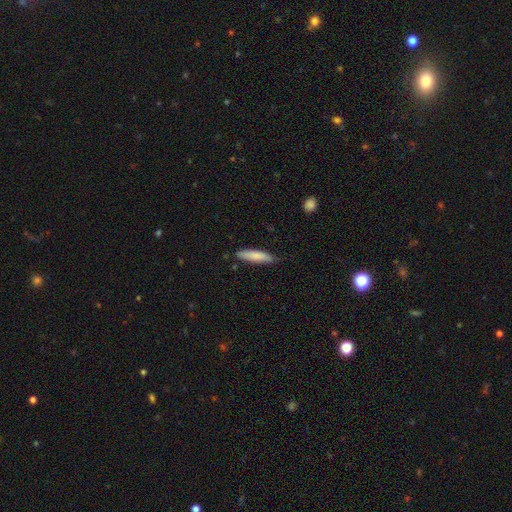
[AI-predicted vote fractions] Smooth or featured? Predicted: smooth (p=0.82). How rounded? Predicted: cigar-shaped (p=0.76). Merging? Predicted: none (p=0.81).